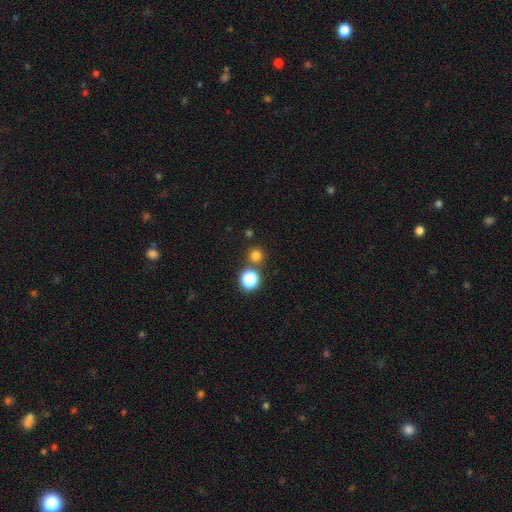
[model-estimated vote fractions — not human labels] Smooth or featured? smooth (75%)
How rounded? round (94%)
Merging? none (79%)